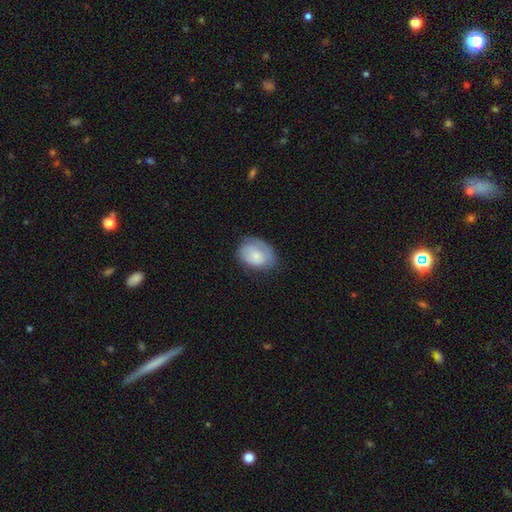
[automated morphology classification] smooth-or-featured: smooth: 64% | featured or disk: 29% | star or artifact: 7%
  how-rounded: in between: 70% | round: 29% | cigar-shaped: 1%
  merging: none: 61% | minor disturbance: 27% | major disturbance: 10% | merger: 1%